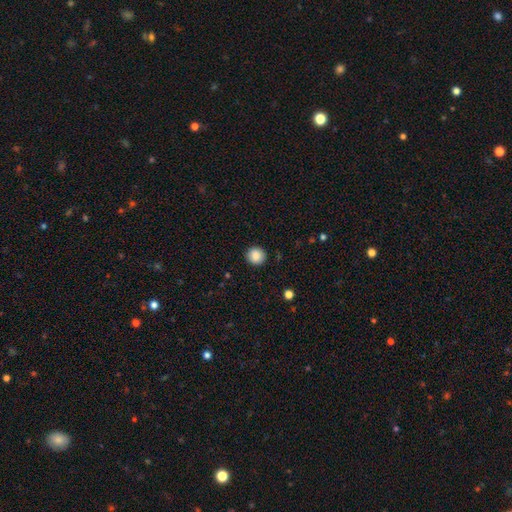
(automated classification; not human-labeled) This is clearly a smooth galaxy (87%). How rounded: clearly round (92%). Merging: clearly none (91%).